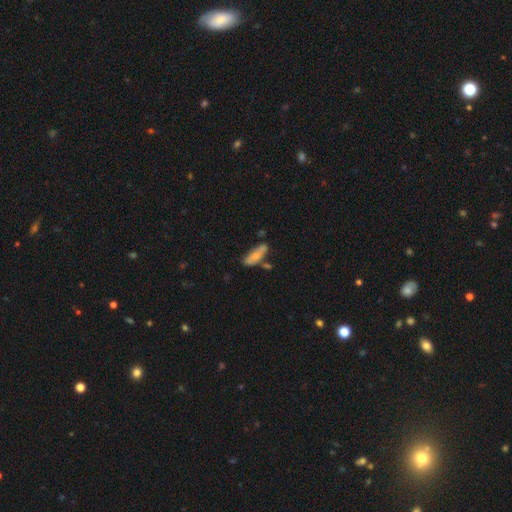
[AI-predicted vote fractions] This appears to be a smooth galaxy with no disk features (69%) that is in between round and cigar-shaped (60%). Merging: none (53%).